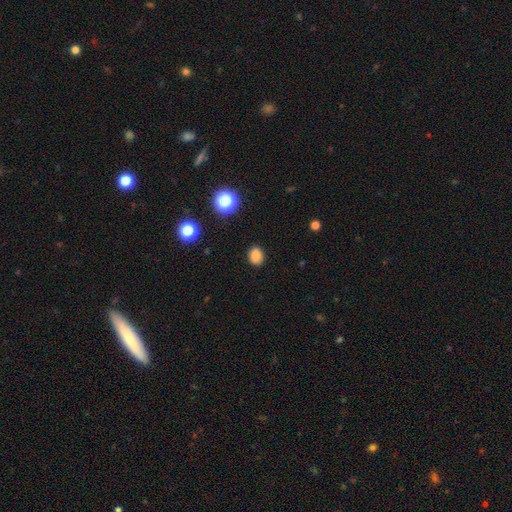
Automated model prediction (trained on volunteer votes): Smooth or featured? smooth (83%)
How rounded? in between (54%)
Merging? none (88%)